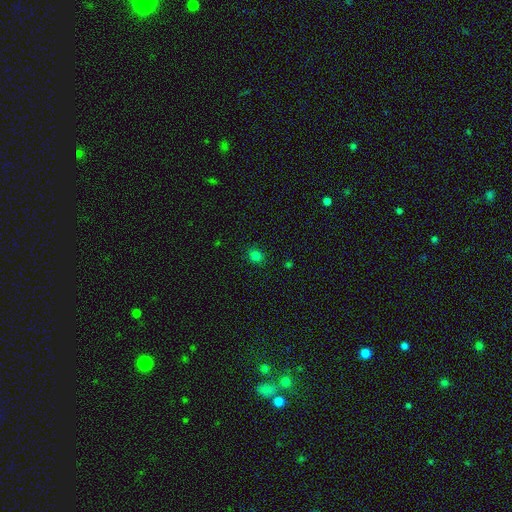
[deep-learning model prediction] Smooth or featured? smooth (78%)
How rounded? round (65%)
Merging? none (88%)